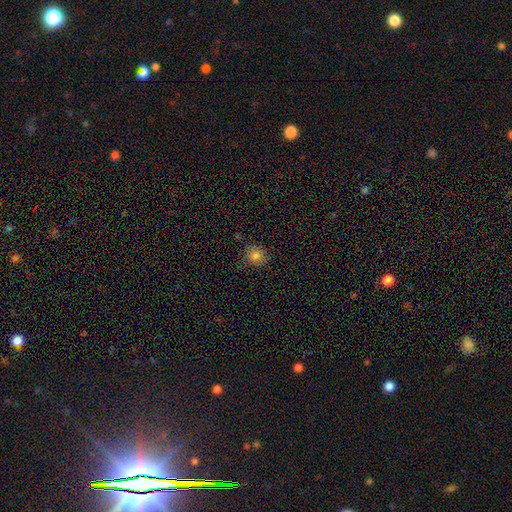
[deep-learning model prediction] Smooth or featured? smooth (80%)
How rounded? round (79%)
Merging? none (83%)